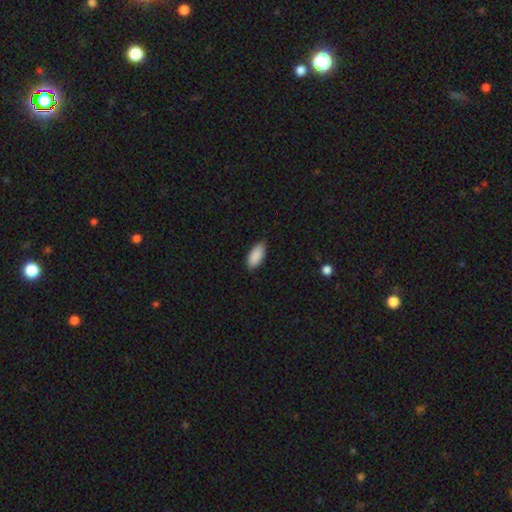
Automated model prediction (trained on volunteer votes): Smooth or featured?
  - smooth: 90% *
  - star or artifact: 6%
  - featured or disk: 4%
How rounded?
  - in between: 91% *
  - cigar-shaped: 7%
  - round: 2%
Merging?
  - none: 79% *
  - minor disturbance: 17%
  - major disturbance: 2%
  - merger: 1%